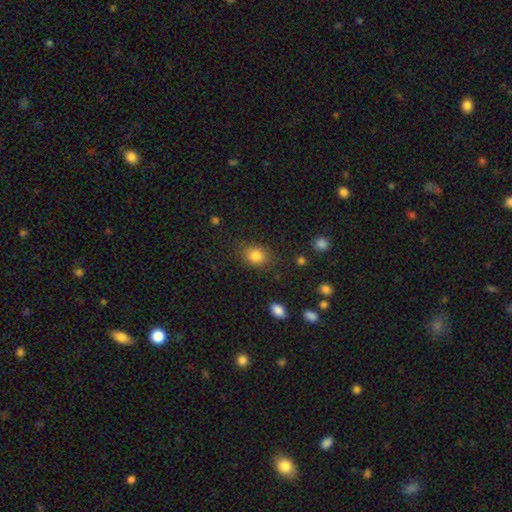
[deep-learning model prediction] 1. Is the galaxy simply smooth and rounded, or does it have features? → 84% smooth, 10% star or artifact, 6% featured or disk.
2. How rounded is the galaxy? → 54% in between, 45% round, 1% cigar-shaped.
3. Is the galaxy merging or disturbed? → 81% none, 13% minor disturbance, 4% major disturbance, 2% merger.